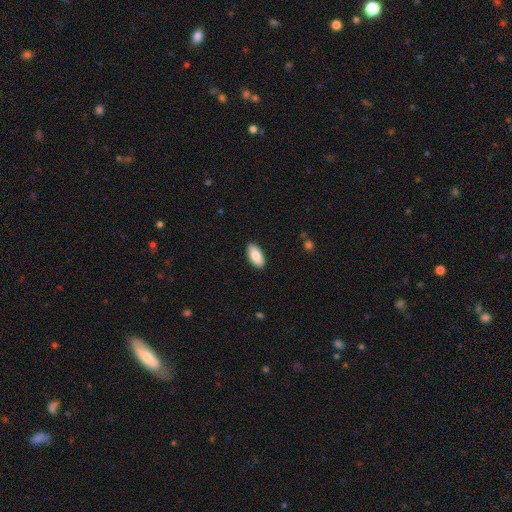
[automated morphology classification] Q: Smooth or featured?
A: smooth (85%); runner-up: featured or disk (9%)
Q: How rounded?
A: in between (91%); runner-up: cigar-shaped (7%)
Q: Merging?
A: none (90%); runner-up: minor disturbance (7%)